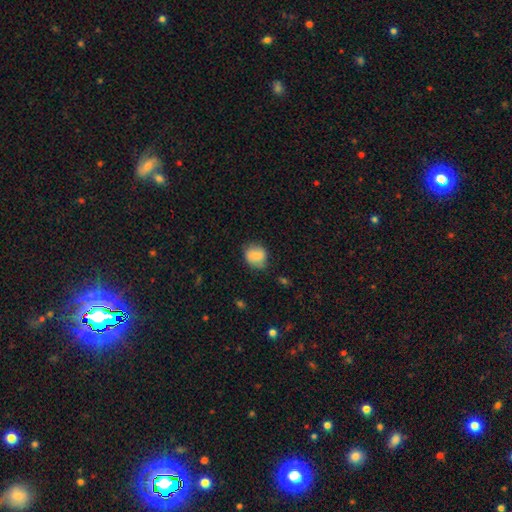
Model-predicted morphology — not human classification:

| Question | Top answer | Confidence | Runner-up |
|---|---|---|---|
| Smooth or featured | smooth | 77% | featured or disk (15%) |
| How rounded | round | 66% | in between (33%) |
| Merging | none | 72% | minor disturbance (21%) |